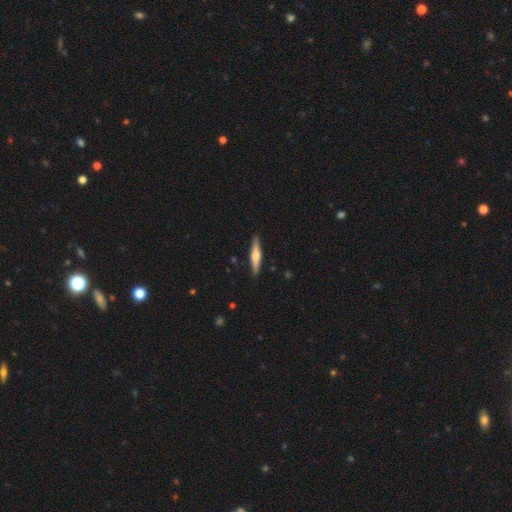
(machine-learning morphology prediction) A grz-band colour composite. It shows a featured or disk galaxy (56%) viewed edge-on (96%) with a rounded central bulge (85%). Merging: none (90%).